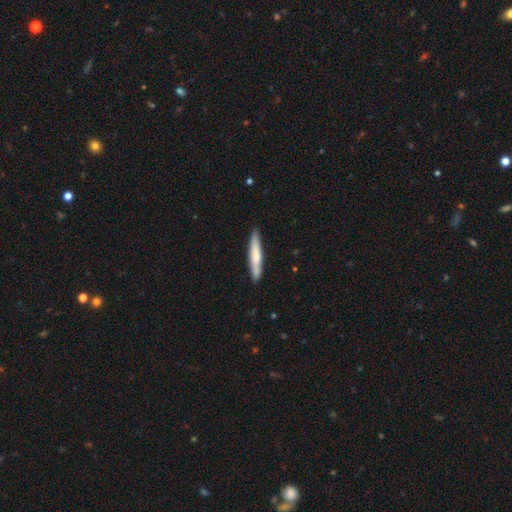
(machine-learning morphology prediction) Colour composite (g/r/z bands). It shows a smooth galaxy with no disk features (69%) that is cigar-shaped (93%). Merging: none (87%).